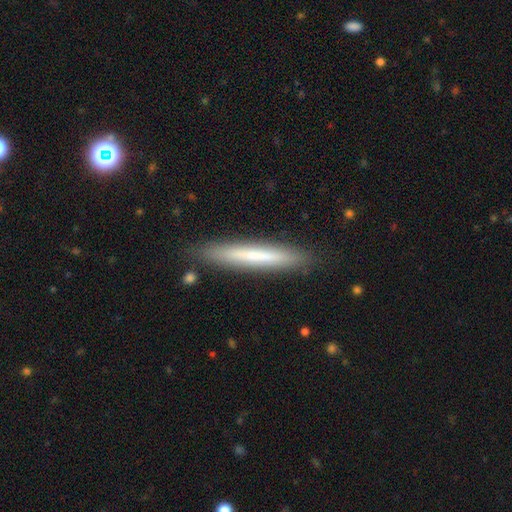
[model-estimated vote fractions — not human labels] smooth_or_featured: smooth (p=0.60) [alt: featured or disk p=0.34]
how_rounded: cigar-shaped (p=0.95) [alt: in between p=0.04]
merging: none (p=0.88) [alt: minor disturbance p=0.08]